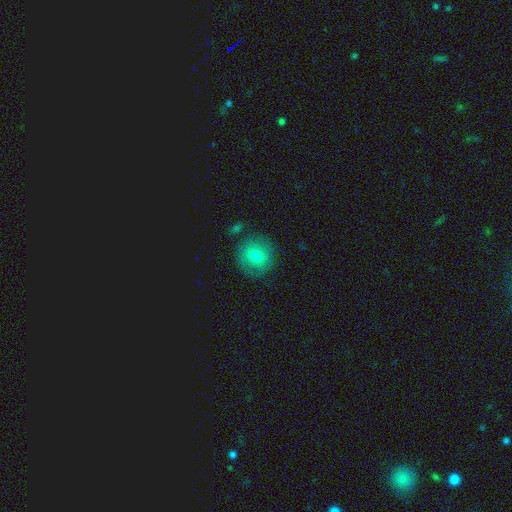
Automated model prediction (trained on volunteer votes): Q: Smooth or featured?
A: smooth (74%); runner-up: featured or disk (17%)
Q: How rounded?
A: round (92%); runner-up: in between (7%)
Q: Merging?
A: none (83%); runner-up: minor disturbance (11%)